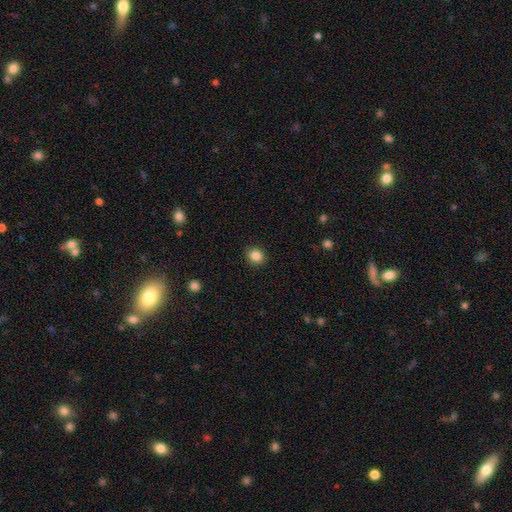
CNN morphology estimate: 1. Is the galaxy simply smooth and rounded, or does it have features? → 85% smooth, 10% star or artifact, 4% featured or disk.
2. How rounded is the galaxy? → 79% round, 20% in between, 1% cigar-shaped.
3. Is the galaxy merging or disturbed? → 91% none, 6% minor disturbance, 2% major disturbance, 1% merger.